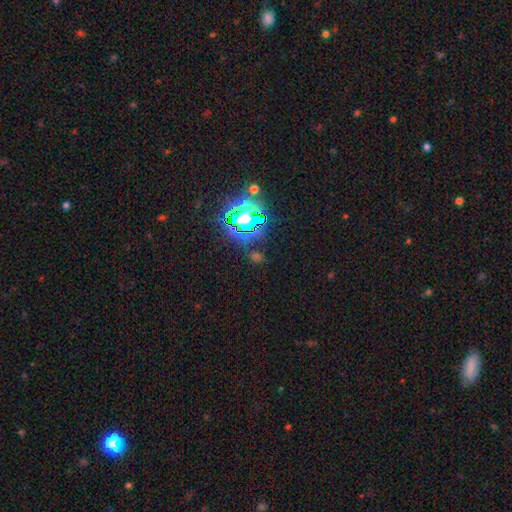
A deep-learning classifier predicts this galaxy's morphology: This appears to be a star or artifact, not a galaxy (74%).